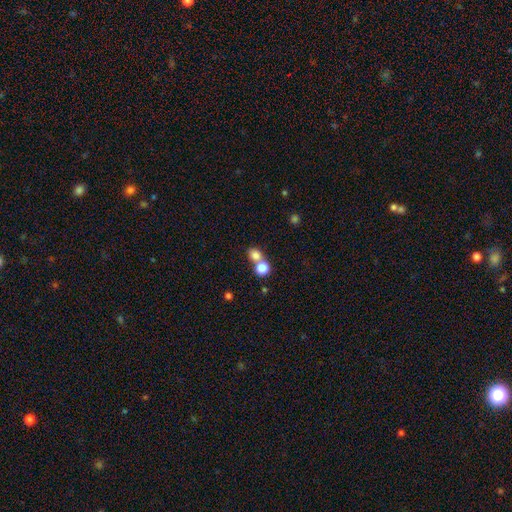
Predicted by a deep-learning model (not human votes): Smooth or featured? smooth (79%)
How rounded? round (70%)
Merging? merger (48%)